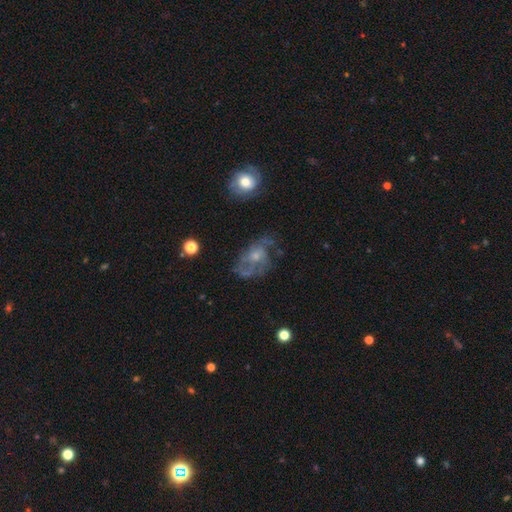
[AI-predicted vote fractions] Smooth or featured? featured or disk (73%)
Edge-on disk? no (96%)
Bar? no (73%)
Spiral arms? yes (83%)
Spiral winding? medium (46%)
Spiral arm count? 2 (39%)
Bulge size? small (53%)
Merging? none (57%)